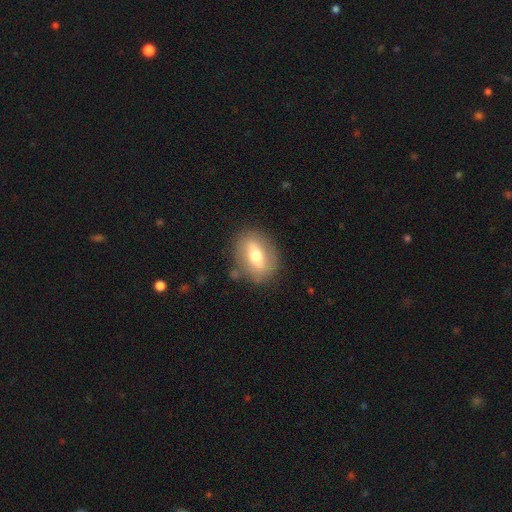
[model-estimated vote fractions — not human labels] Smooth or featured? smooth (57%)
How rounded? in between (71%)
Merging? none (81%)